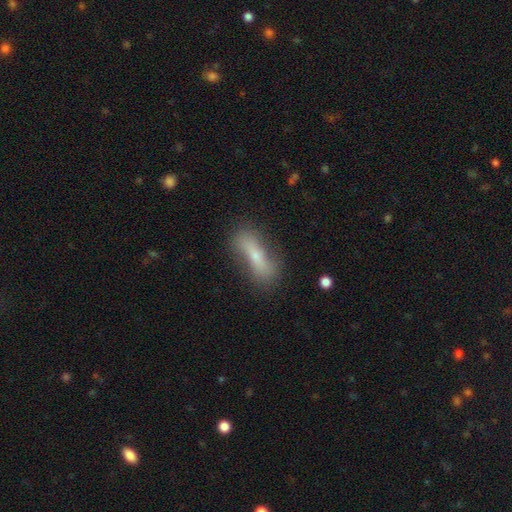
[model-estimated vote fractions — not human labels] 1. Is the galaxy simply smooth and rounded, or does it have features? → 57% smooth, 35% featured or disk, 9% star or artifact.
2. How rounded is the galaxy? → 60% cigar-shaped, 36% in between, 3% round.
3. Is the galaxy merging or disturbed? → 71% none, 19% minor disturbance, 7% major disturbance, 3% merger.